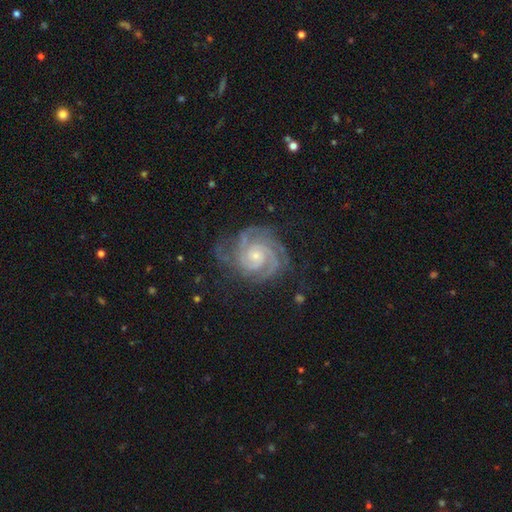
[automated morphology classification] smooth_or_featured: featured or disk (p=0.92) [alt: star or artifact p=0.05]
disk_edge_on: no (p=0.98) [alt: yes p=0.02]
bar: no (p=0.69) [alt: weak p=0.25]
has_spiral_arms: yes (p=0.99) [alt: no p=0.01]
spiral_winding: tight (p=0.76) [alt: medium p=0.22]
spiral_arm_count: 3 (p=0.33) [tied with: 2 p=0.33]
bulge_size: small (p=0.63) [alt: moderate p=0.32]
merging: none (p=0.73) [alt: minor disturbance p=0.19]